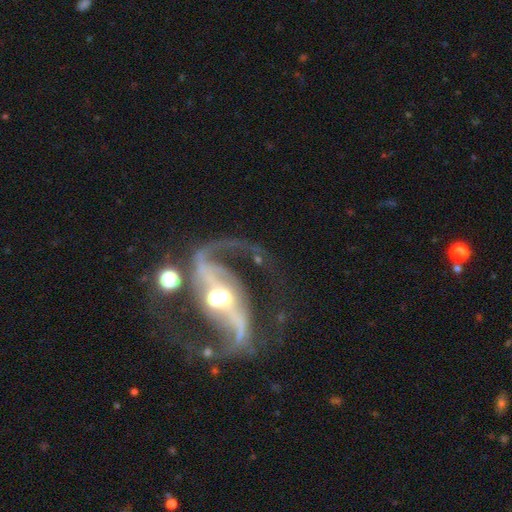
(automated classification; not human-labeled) A featured or disk galaxy (91%) with a strong bar (61%), 2 (93%) medium (50%) spiral arms (97%) and a moderate central bulge (64%). Merging: none (66%).